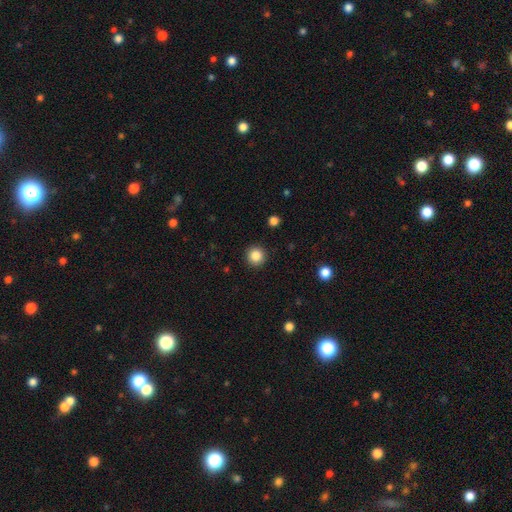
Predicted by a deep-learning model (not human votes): smooth-or-featured: smooth: 85% | star or artifact: 11% | featured or disk: 4%
  how-rounded: round: 95% | in between: 4% | cigar-shaped: 1%
  merging: none: 92% | minor disturbance: 5% | major disturbance: 2% | merger: 1%